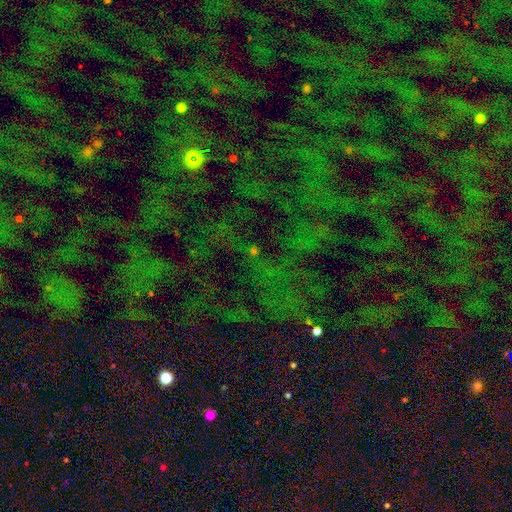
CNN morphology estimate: smooth-or-featured: star or artifact: 79% | smooth: 13% | featured or disk: 8%